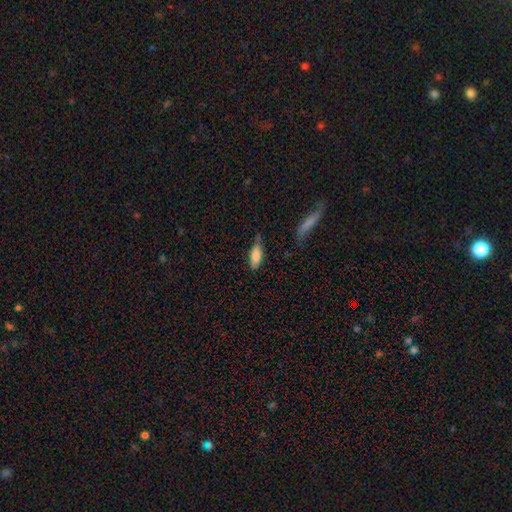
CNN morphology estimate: A smooth galaxy with no disk features (82%) that is in between round and cigar-shaped (68%).

Vote fractions:
- Smooth or featured? smooth: 82% / featured or disk: 12% / star or artifact: 6%
- How rounded? in between: 68% / cigar-shaped: 29% / round: 2%
- Merging? none: 60% / minor disturbance: 30% / major disturbance: 6% / merger: 4%